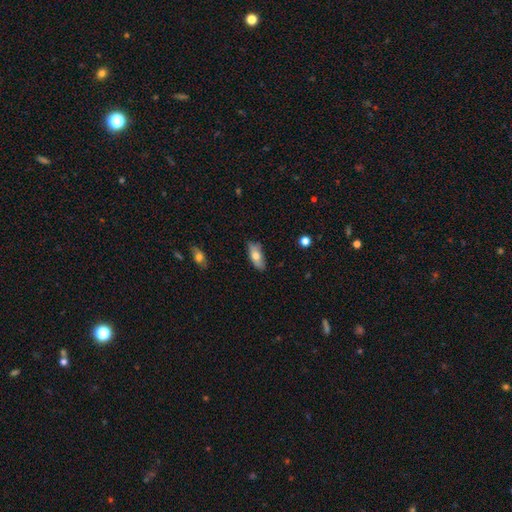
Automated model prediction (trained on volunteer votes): Smooth or featured?
  - smooth: 70% *
  - featured or disk: 24%
  - star or artifact: 6%
How rounded?
  - in between: 80% *
  - cigar-shaped: 17%
  - round: 3%
Merging?
  - none: 79% *
  - minor disturbance: 17%
  - major disturbance: 3%
  - merger: 2%